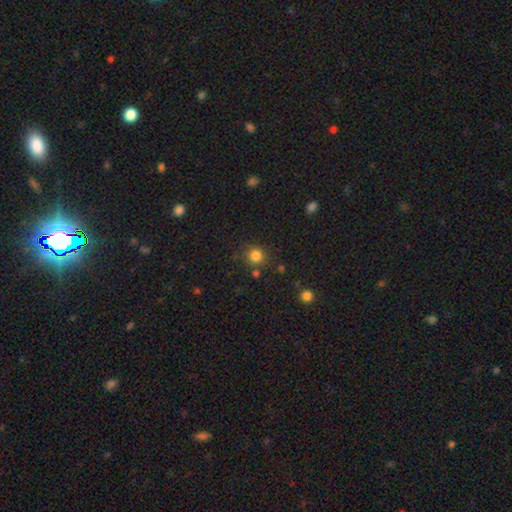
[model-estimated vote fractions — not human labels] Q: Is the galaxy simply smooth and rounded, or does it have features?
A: smooth — 82%.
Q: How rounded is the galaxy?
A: round — 90%.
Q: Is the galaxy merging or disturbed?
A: none — 81%.